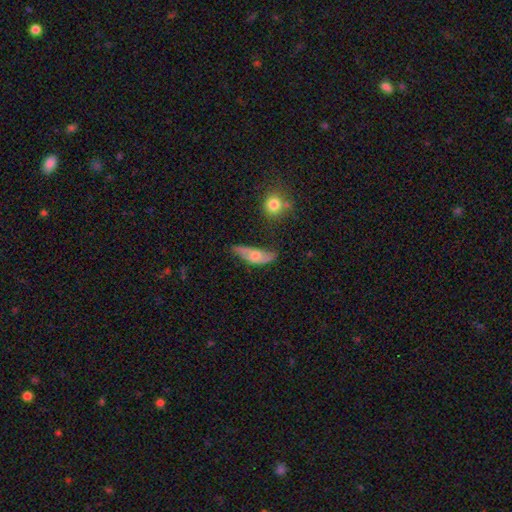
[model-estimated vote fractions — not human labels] Smooth or featured? smooth (50%)
Merging? none (40%)